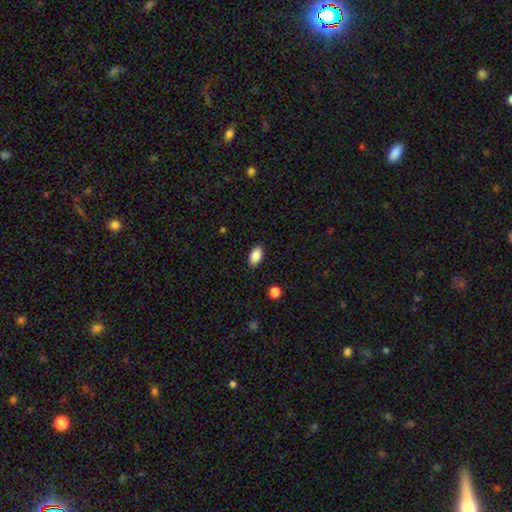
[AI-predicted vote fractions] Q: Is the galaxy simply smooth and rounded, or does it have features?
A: smooth — 88%.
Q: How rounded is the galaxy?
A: in between — 93%.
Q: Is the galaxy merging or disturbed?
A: none — 87%.